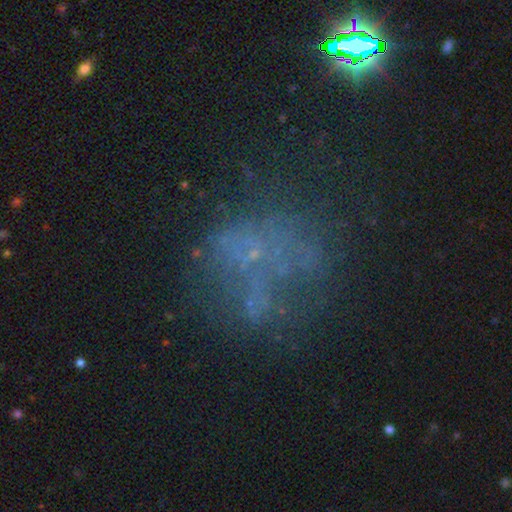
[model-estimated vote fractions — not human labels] Smooth or featured? Predicted: star or artifact (p=0.39).